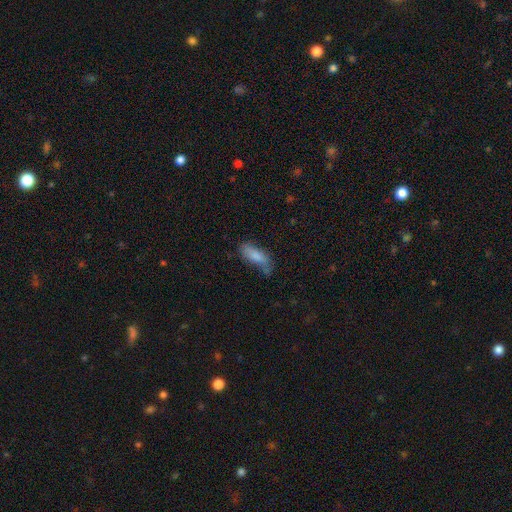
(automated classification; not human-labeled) This appears to be a smooth galaxy with no disk features (79%) that is in between round and cigar-shaped (68%). Merging: none (48%).